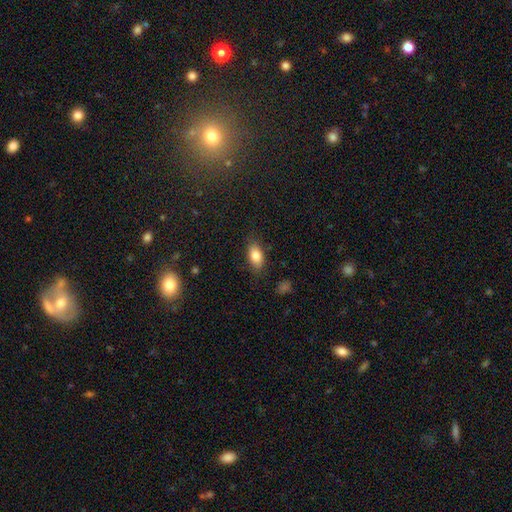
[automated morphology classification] Q: Smooth or featured?
A: smooth (83%); runner-up: featured or disk (9%)
Q: How rounded?
A: in between (89%); runner-up: round (7%)
Q: Merging?
A: none (82%); runner-up: minor disturbance (13%)